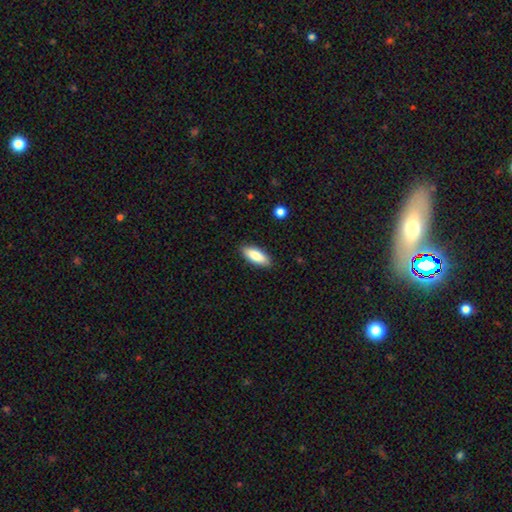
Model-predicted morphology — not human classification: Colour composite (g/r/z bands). It shows a smooth galaxy with no disk features (83%) that is in between round and cigar-shaped (78%). Merging: none (88%).